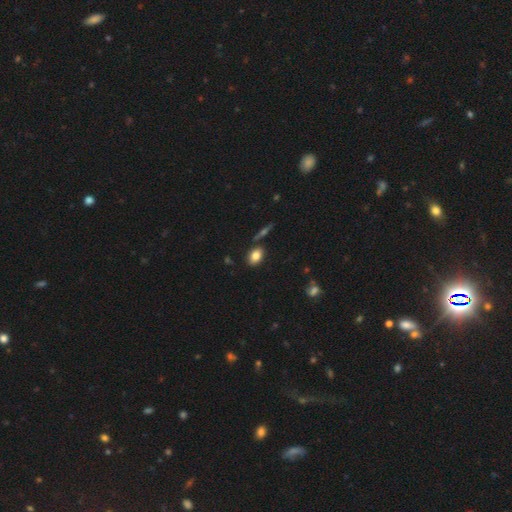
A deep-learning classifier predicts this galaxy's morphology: Smooth or featured?
  - smooth: 81% *
  - featured or disk: 10%
  - star or artifact: 9%
How rounded?
  - in between: 80% *
  - round: 18%
  - cigar-shaped: 2%
Merging?
  - none: 78% *
  - minor disturbance: 12%
  - merger: 7%
  - major disturbance: 3%